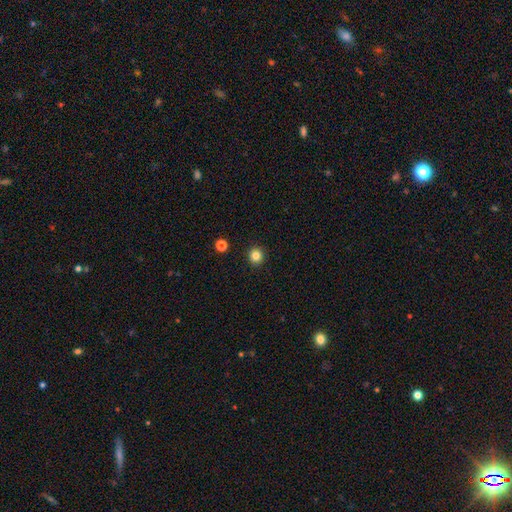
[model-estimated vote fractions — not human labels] This is clearly a smooth galaxy (83%). How rounded: clearly round (91%). Merging: clearly none (93%).